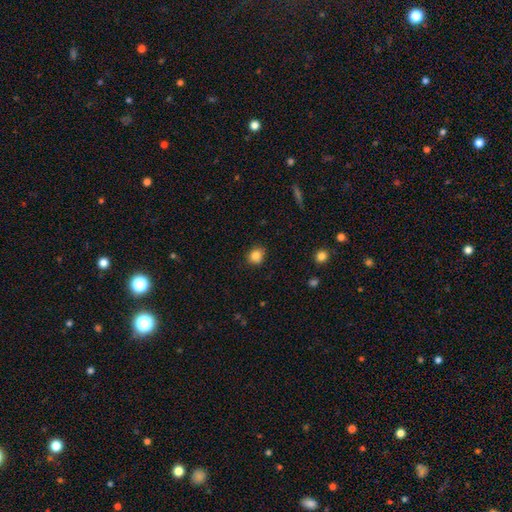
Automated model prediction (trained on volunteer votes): Smooth or featured? smooth (85%)
How rounded? round (79%)
Merging? none (85%)